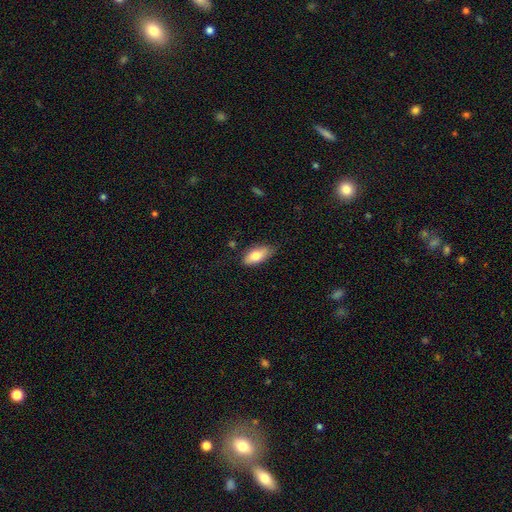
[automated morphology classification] Smooth or featured: smooth — 77% (featured or disk — 16%)
How rounded: in between — 88% (cigar-shaped — 9%)
Merging: none — 75% (minor disturbance — 20%)